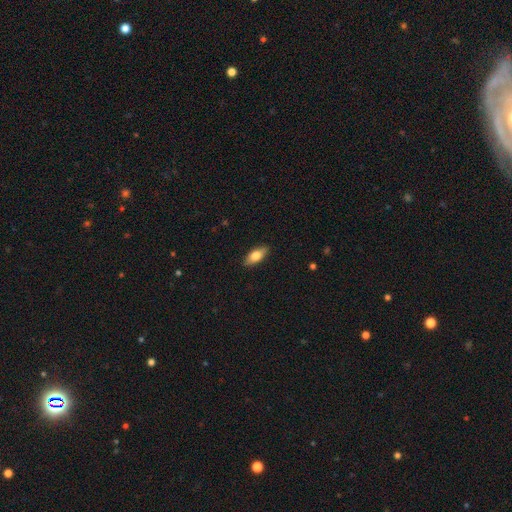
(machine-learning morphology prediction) smooth-or-featured: smooth: 75% | featured or disk: 19% | star or artifact: 6%
  how-rounded: in between: 83% | cigar-shaped: 14% | round: 3%
  merging: none: 88% | minor disturbance: 9% | major disturbance: 2% | merger: 1%